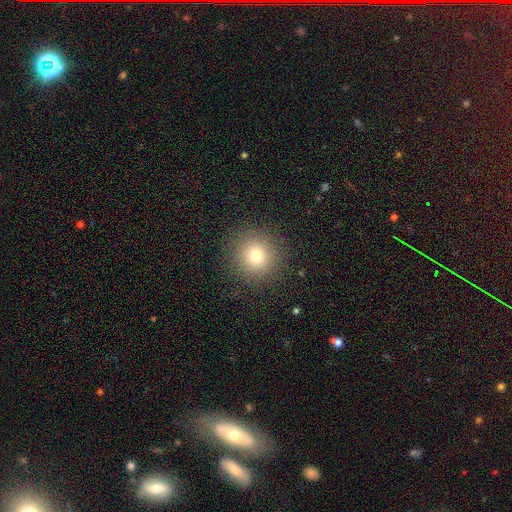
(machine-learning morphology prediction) Smooth or featured: smooth — 77% (star or artifact — 14%)
How rounded: round — 94% (in between — 5%)
Merging: none — 90% (minor disturbance — 6%)